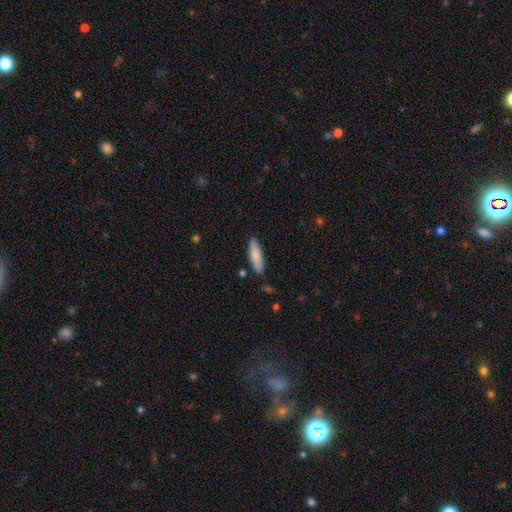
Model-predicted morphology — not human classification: Overall: smooth (83%). How rounded: cigar-shaped (60%; in between 38%). Merging: none (86%).